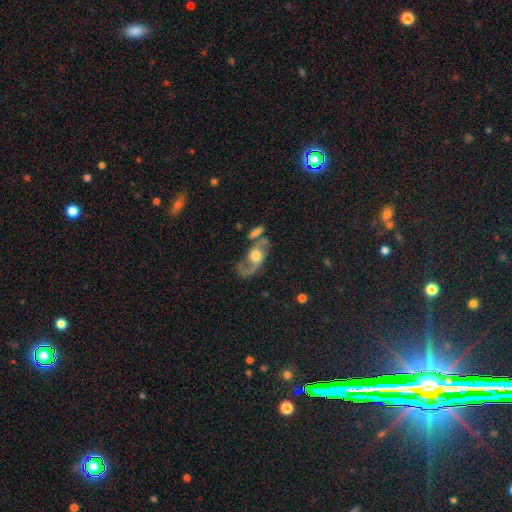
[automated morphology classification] type=featured or disk (77%); edge-on=no (92%); bar=no (69%); spiral arms=yes (88%); winding=loose (56%); arm count=2 (80%); bulge=moderate (58%); merging=none (50%).